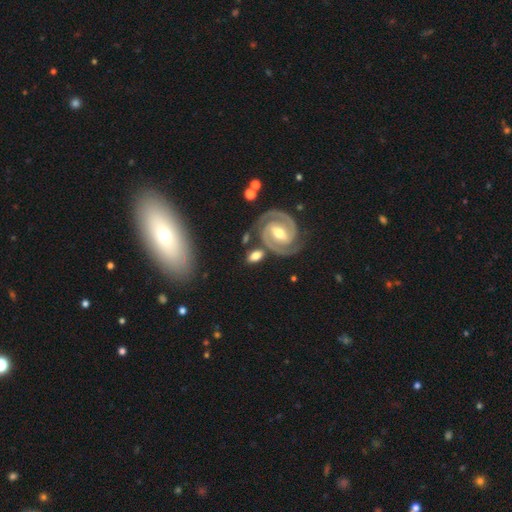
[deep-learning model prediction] Smooth or featured? featured or disk (64%)
Edge-on disk? no (94%)
Bar? strong (43%)
Spiral arms? yes (93%)
Spiral winding? tight (58%)
Spiral arm count? 2 (91%)
Bulge size? moderate (62%)
Merging? none (72%)